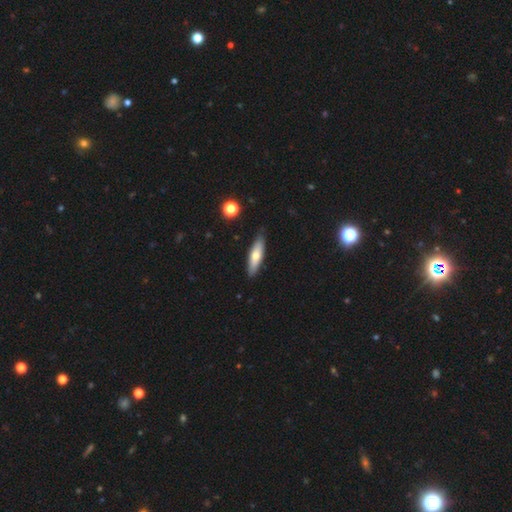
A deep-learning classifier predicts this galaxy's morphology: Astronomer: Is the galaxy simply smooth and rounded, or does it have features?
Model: smooth — 60%.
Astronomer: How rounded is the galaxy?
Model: cigar-shaped — 61% (runner-up: in between, 37%).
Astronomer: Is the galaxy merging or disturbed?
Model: none — 86%.